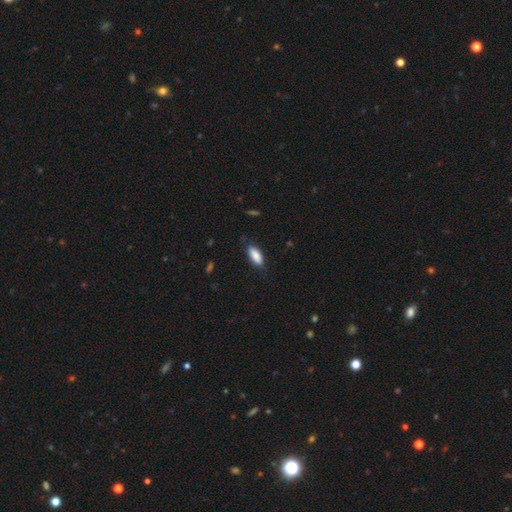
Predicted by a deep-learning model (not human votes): This is clearly a smooth galaxy (86%). How rounded: likely in between (78%). Merging: likely none (79%).